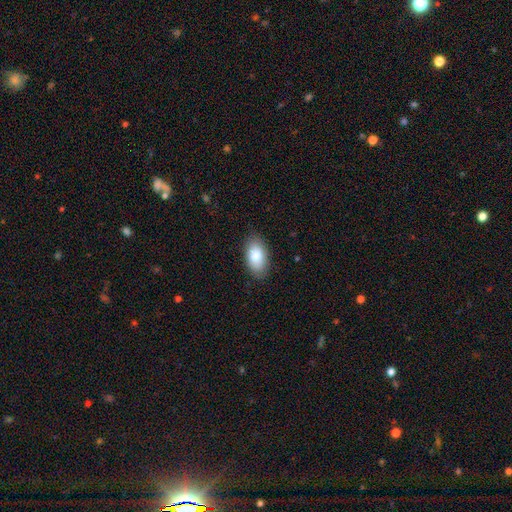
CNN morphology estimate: smooth-or-featured: smooth: 82% | featured or disk: 11% | star or artifact: 7%
  how-rounded: in between: 93% | round: 4% | cigar-shaped: 2%
  merging: none: 86% | minor disturbance: 10% | major disturbance: 2% | merger: 1%